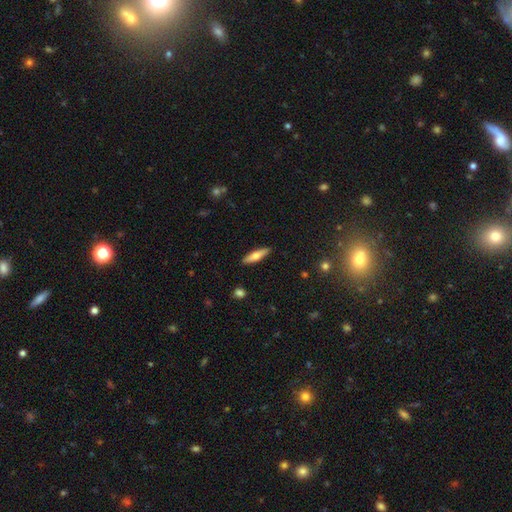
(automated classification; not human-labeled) smooth 59%, featured or disk 35%, star or artifact 6%. Down the decision tree: how rounded — cigar-shaped (73%); merging — none (89%).